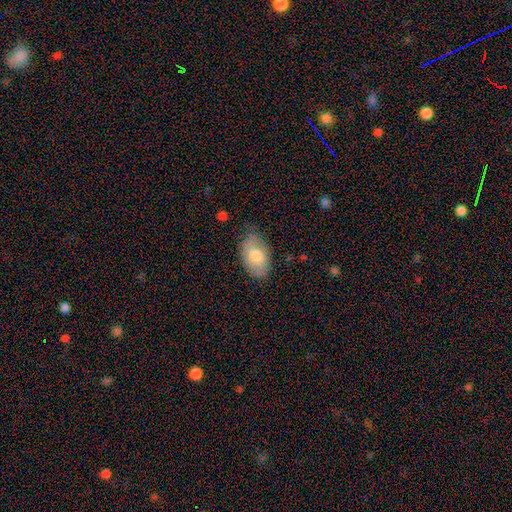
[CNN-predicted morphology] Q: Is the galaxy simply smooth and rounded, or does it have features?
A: smooth — 70%.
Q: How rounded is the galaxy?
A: in between — 92%.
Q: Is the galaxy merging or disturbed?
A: none — 76%.